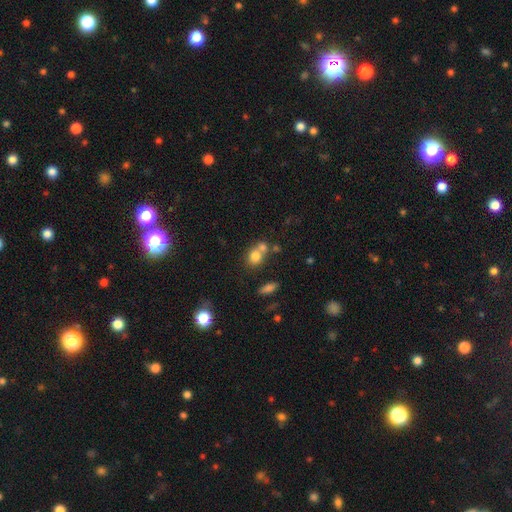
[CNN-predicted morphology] Smooth or featured?
  - smooth: 76% *
  - star or artifact: 12%
  - featured or disk: 12%
How rounded?
  - round: 65% *
  - in between: 33%
  - cigar-shaped: 2%
Merging?
  - merger: 47% *
  - none: 40%
  - minor disturbance: 9%
  - major disturbance: 4%